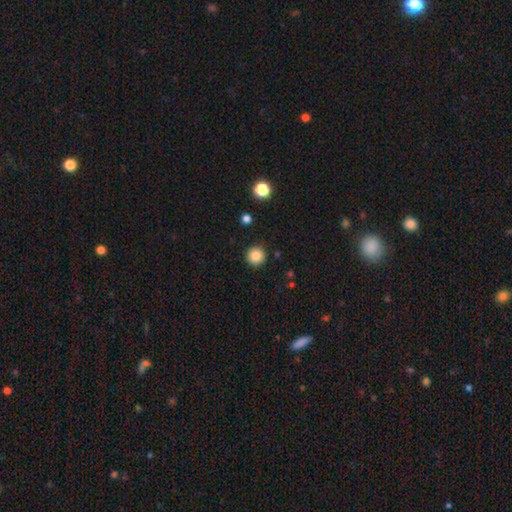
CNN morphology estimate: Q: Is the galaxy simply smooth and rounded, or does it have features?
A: smooth — 85%.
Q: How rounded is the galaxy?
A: round — 95%.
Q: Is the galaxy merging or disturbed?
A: none — 92%.